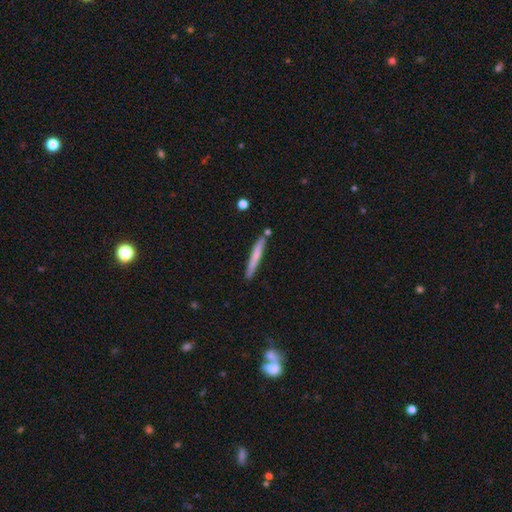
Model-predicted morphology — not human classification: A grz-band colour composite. It shows a smooth galaxy with no disk features (63%) that is cigar-shaped (96%). Merging: none (82%).